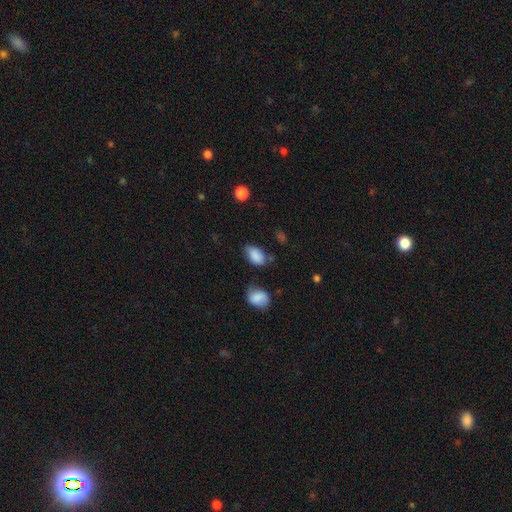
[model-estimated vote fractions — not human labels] Q: Smooth or featured?
A: smooth (86%); runner-up: star or artifact (8%)
Q: How rounded?
A: in between (92%); runner-up: round (7%)
Q: Merging?
A: none (65%); runner-up: minor disturbance (24%)